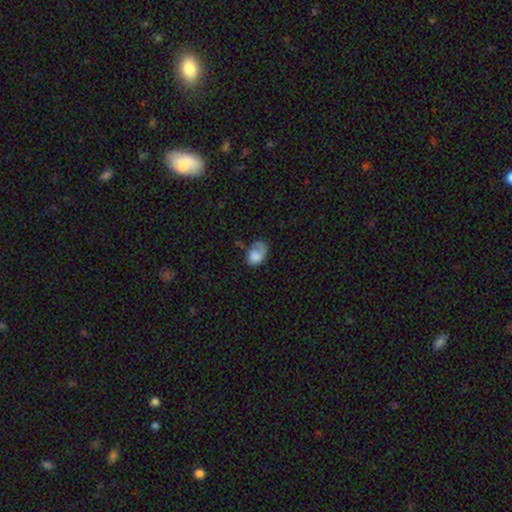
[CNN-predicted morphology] Smooth or featured: smooth — 66% (featured or disk — 26%)
How rounded: in between — 72% (round — 26%)
Merging: major disturbance — 35% (none — 33%)